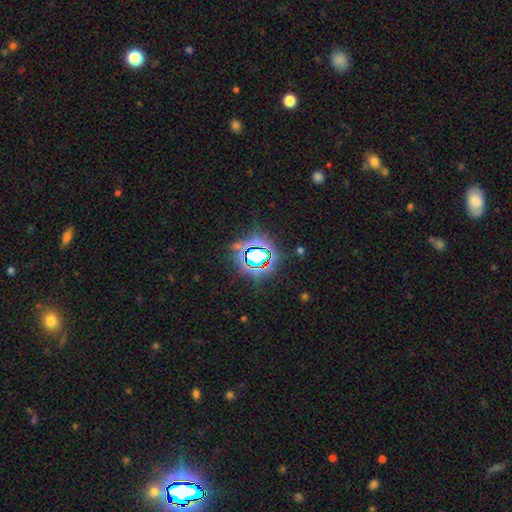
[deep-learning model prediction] Smooth or featured? star or artifact (71%)